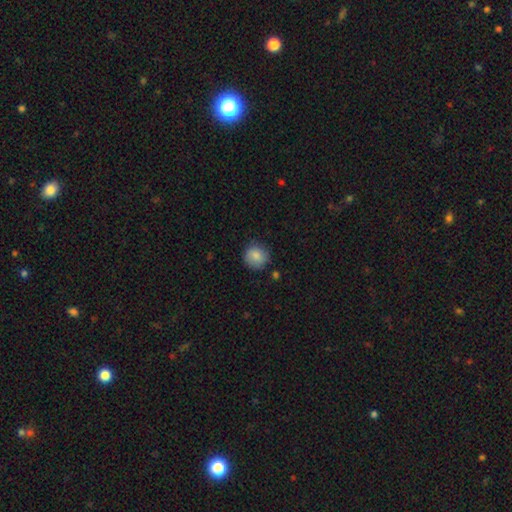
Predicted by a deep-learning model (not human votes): Morphology: type=smooth (85%); roundness=round (90%); merging=none (81%).